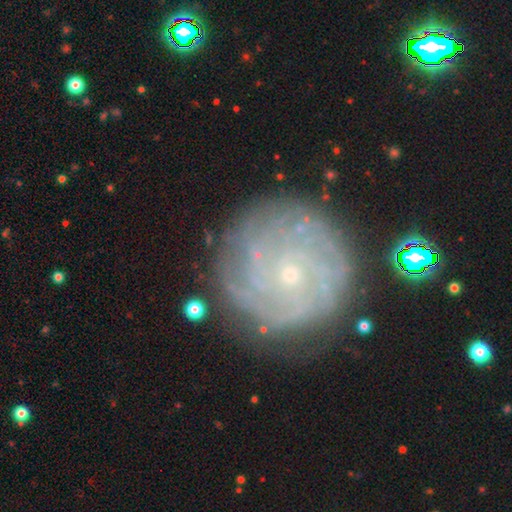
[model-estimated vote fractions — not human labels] A featured or disk galaxy (76%) with no bar (80%), tight (75%) spiral arms (89%) and a small central bulge (76%). Merging: none (78%).